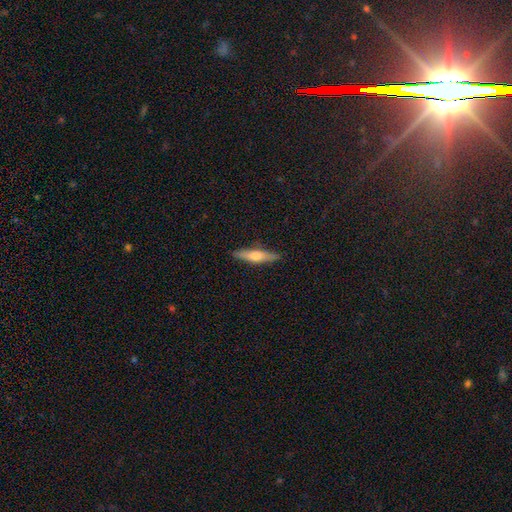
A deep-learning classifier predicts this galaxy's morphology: This is possibly a featured or disk galaxy (50%). Merging: clearly none (89%).